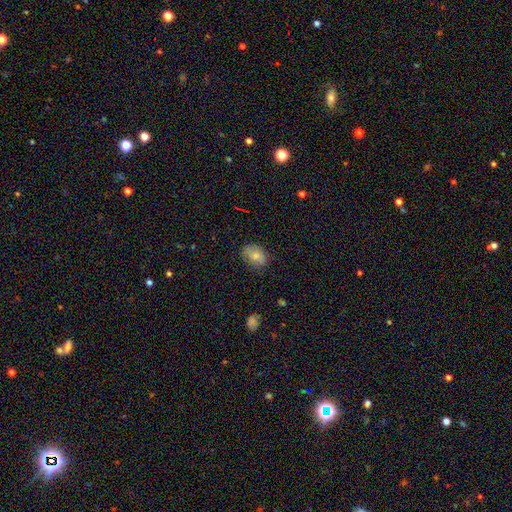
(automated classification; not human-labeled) Smooth or featured?
  - smooth: 77% *
  - featured or disk: 15%
  - star or artifact: 9%
How rounded?
  - in between: 78% *
  - round: 20%
  - cigar-shaped: 1%
Merging?
  - none: 75% *
  - minor disturbance: 19%
  - major disturbance: 4%
  - merger: 1%